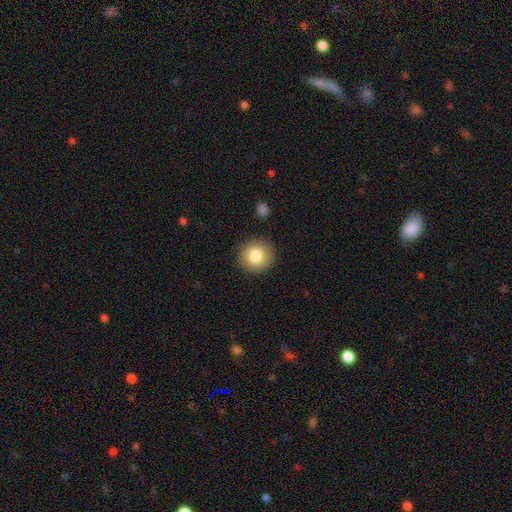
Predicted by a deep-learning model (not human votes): smooth_or_featured: smooth (p=0.81) [alt: featured or disk p=0.10]
how_rounded: round (p=0.90) [alt: in between p=0.09]
merging: none (p=0.90) [alt: minor disturbance p=0.06]